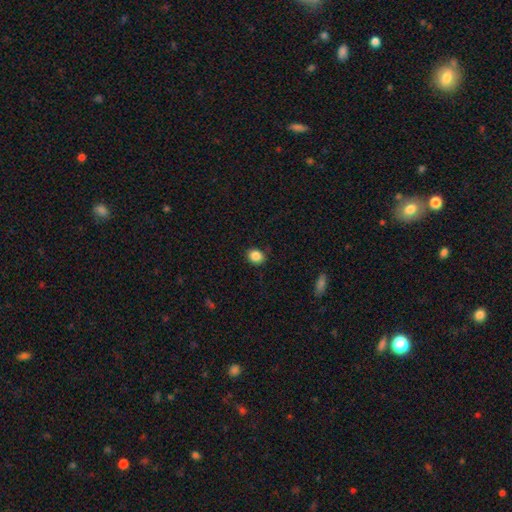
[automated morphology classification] A smooth galaxy with no disk features (86%) that is round (66%).

Vote fractions:
- Smooth or featured? smooth: 86% / star or artifact: 10% / featured or disk: 4%
- How rounded? round: 66% / in between: 33% / cigar-shaped: 1%
- Merging? none: 88% / minor disturbance: 9% / major disturbance: 2% / merger: 1%